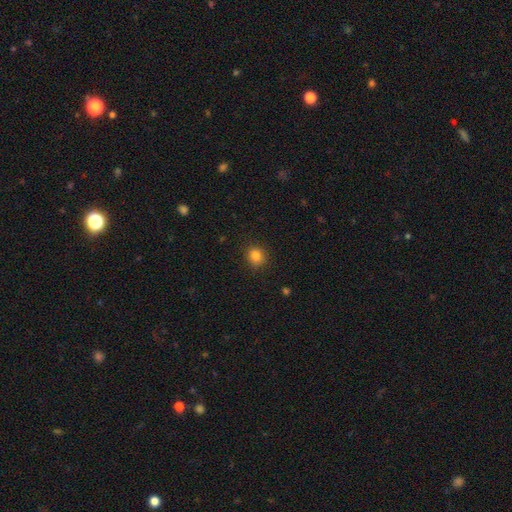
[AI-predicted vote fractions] Overall: smooth (83%). How rounded: round (83%). Merging: none (89%).